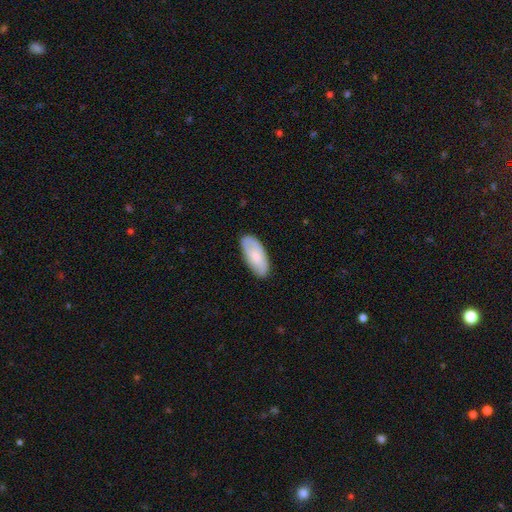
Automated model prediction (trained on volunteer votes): Morphology: type=smooth (68%); roundness=in between (88%); merging=none (81%).